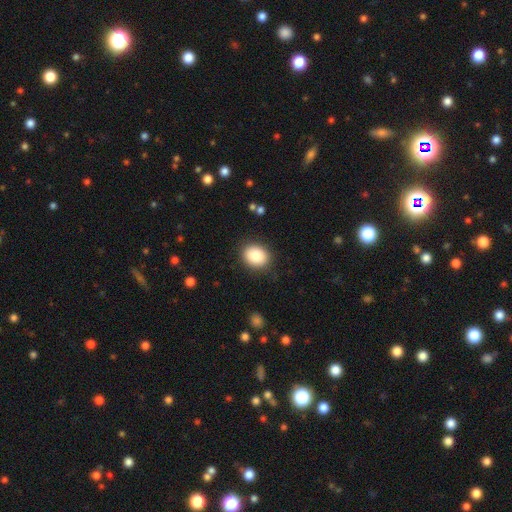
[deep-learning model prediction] This appears to be a smooth galaxy with no disk features (86%) that is round (53%). Merging: none (88%).